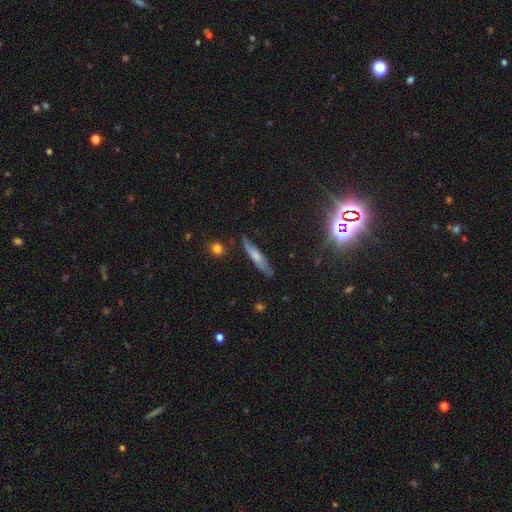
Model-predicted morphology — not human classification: A smooth galaxy with no disk features (55%) that is cigar-shaped (84%).

Vote fractions:
- Smooth or featured? smooth: 55% / featured or disk: 37% / star or artifact: 8%
- How rounded? cigar-shaped: 84% / in between: 14% / round: 2%
- Merging? none: 76% / minor disturbance: 18% / major disturbance: 4% / merger: 2%